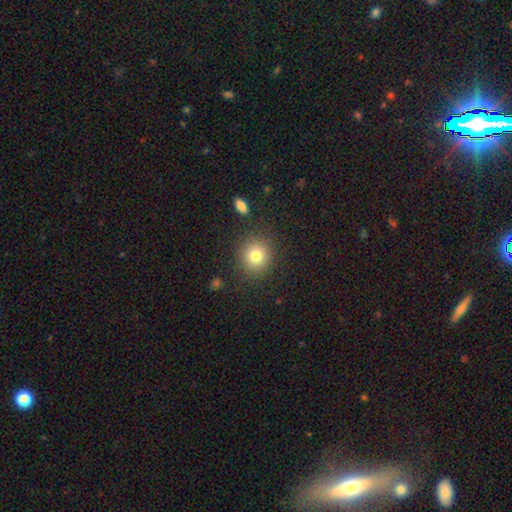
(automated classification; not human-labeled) Morphology: type=smooth (79%); roundness=round (88%); merging=none (87%).